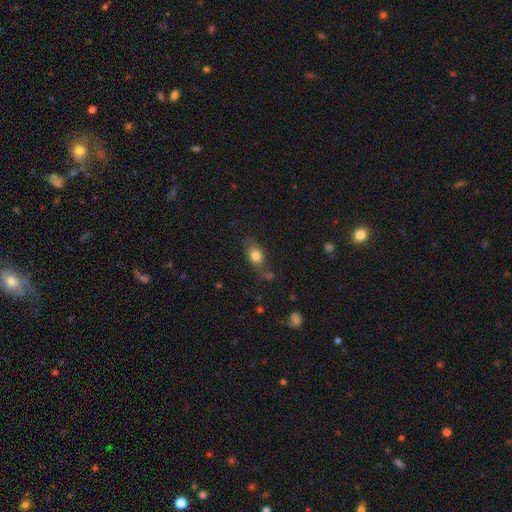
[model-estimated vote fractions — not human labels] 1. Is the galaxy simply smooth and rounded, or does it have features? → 77% smooth, 13% featured or disk, 10% star or artifact.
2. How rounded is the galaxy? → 69% in between, 26% round, 4% cigar-shaped.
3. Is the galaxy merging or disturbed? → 66% none, 22% minor disturbance, 7% major disturbance, 5% merger.